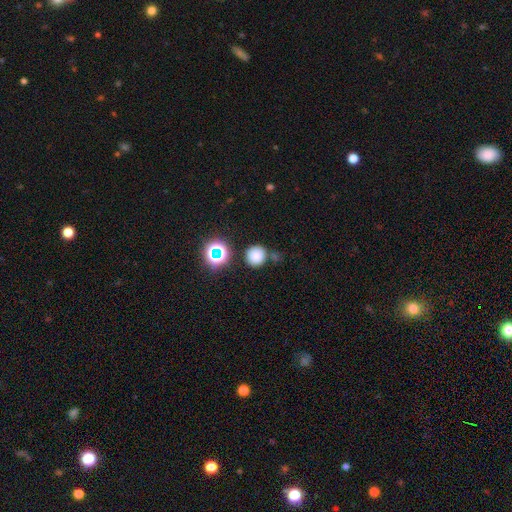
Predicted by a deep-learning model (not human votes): This is likely a smooth galaxy (78%). How rounded: clearly round (91%). Merging: likely none (77%).